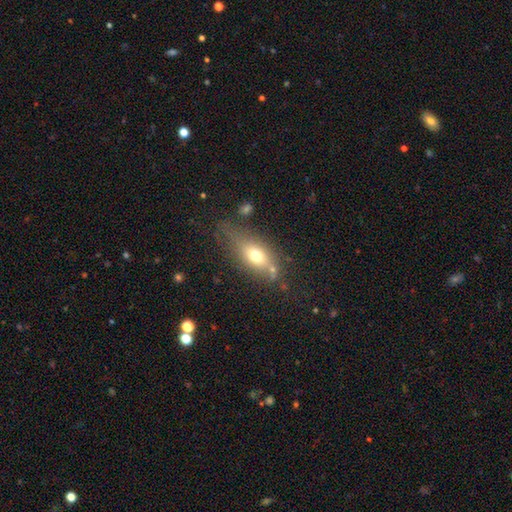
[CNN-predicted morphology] Smooth or featured?
  - smooth: 65% *
  - featured or disk: 24%
  - star or artifact: 11%
How rounded?
  - in between: 74% *
  - cigar-shaped: 15%
  - round: 11%
Merging?
  - none: 54% *
  - minor disturbance: 24%
  - major disturbance: 14%
  - merger: 9%